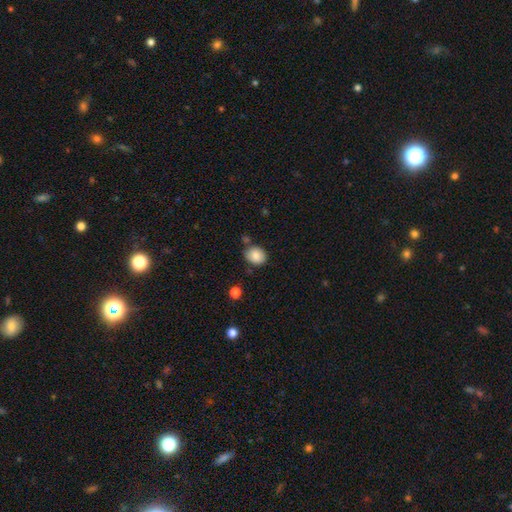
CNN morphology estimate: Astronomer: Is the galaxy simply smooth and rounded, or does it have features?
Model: smooth — 84%.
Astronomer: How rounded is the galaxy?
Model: round — 53% (runner-up: in between, 46%).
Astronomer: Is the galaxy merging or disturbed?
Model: none — 74%.